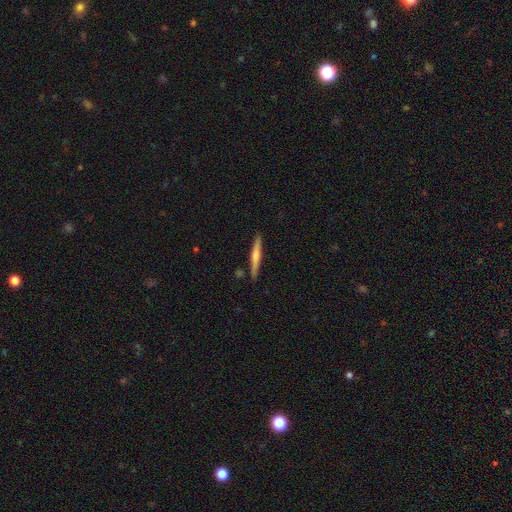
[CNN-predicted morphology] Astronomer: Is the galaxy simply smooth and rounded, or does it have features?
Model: smooth — 49% (runner-up: featured or disk, 46%).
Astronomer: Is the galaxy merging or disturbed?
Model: none — 88%.